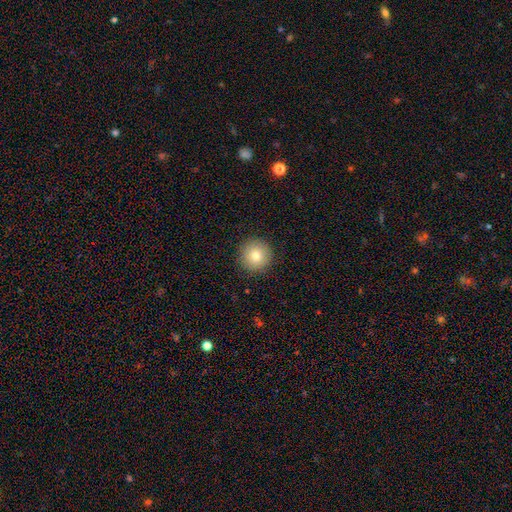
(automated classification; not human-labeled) Morphology: type=smooth (81%); roundness=round (95%); merging=none (91%).